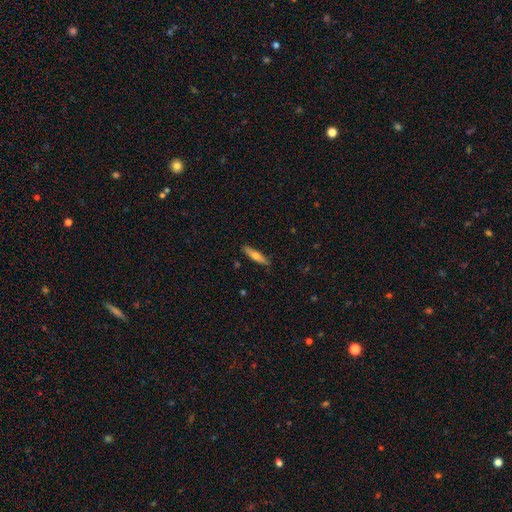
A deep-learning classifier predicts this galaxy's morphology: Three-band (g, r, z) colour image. It shows a smooth galaxy with no disk features (59%) that is cigar-shaped (79%). Merging: none (86%).